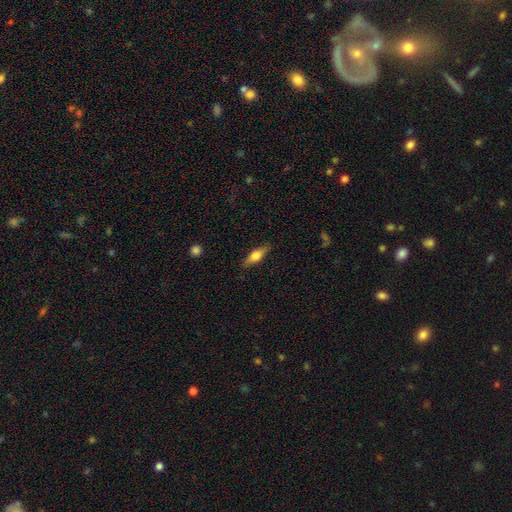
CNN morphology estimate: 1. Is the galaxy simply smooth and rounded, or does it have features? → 51% smooth, 43% featured or disk, 6% star or artifact.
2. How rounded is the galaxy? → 49% cigar-shaped, 48% in between, 4% round.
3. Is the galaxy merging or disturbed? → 85% none, 11% minor disturbance, 3% major disturbance, 1% merger.